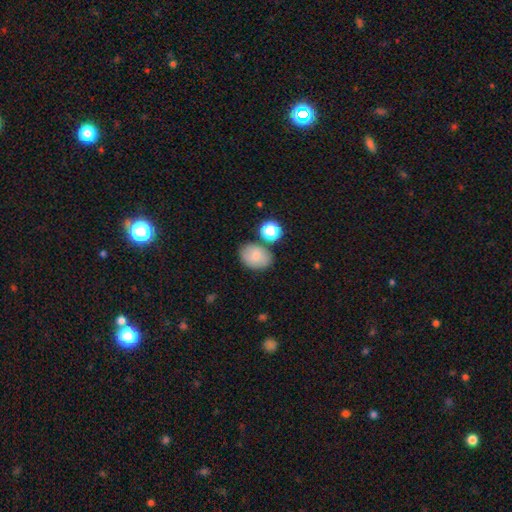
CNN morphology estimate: Overall: smooth (75%). How rounded: in between (68%; round 31%). Merging: none (69%).